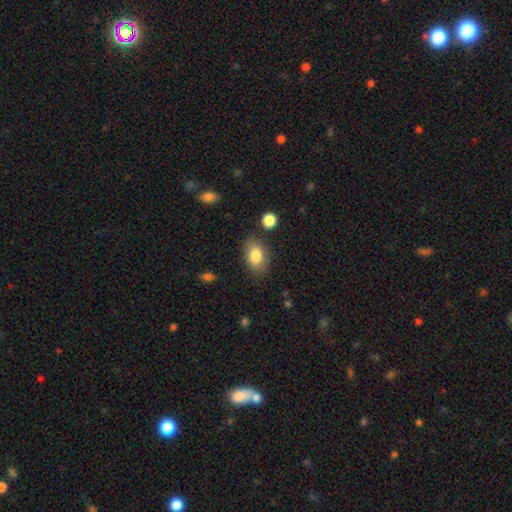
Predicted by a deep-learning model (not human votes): smooth-or-featured: smooth: 82% | featured or disk: 10% | star or artifact: 8%
  how-rounded: in between: 85% | round: 13% | cigar-shaped: 1%
  merging: none: 77% | minor disturbance: 15% | major disturbance: 4% | merger: 3%